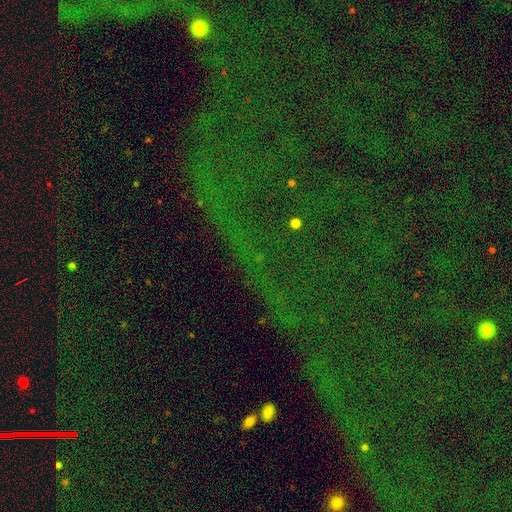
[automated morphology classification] smooth_or_featured: star or artifact (p=0.85) [alt: featured or disk p=0.08]